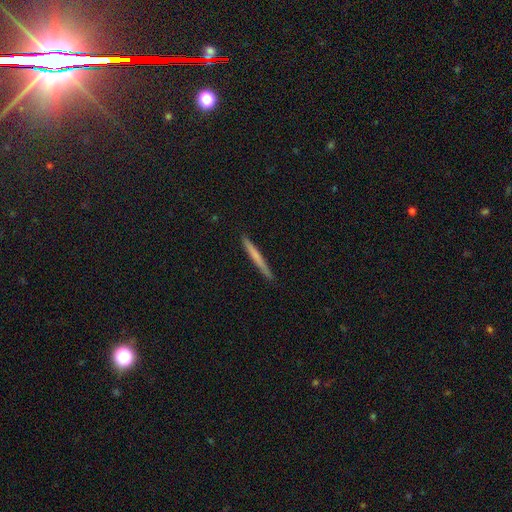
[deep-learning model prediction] Smooth or featured? Predicted: smooth (p=0.61). How rounded? Predicted: cigar-shaped (p=0.97). Merging? Predicted: none (p=0.91).